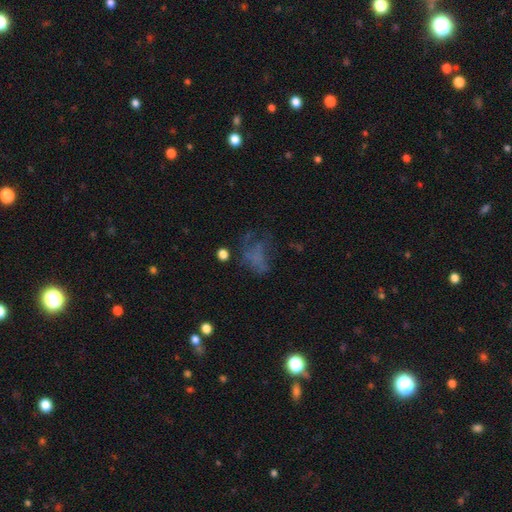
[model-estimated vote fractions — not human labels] Overall: smooth (40%; featured or disk 34%). Merging: major disturbance (39%; none 37%).